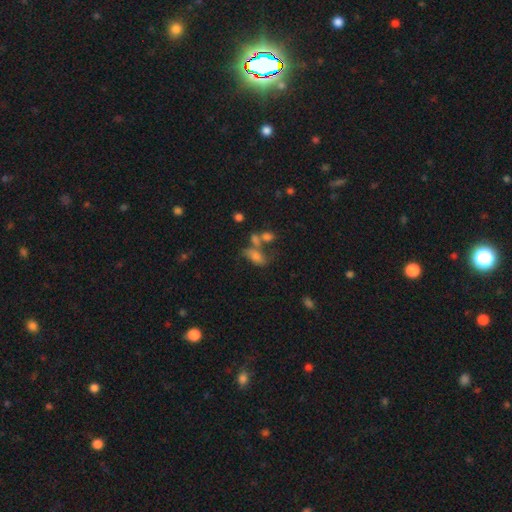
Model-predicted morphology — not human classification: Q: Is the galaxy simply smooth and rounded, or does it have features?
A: smooth — 55%.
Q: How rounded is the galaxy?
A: in between — 81%.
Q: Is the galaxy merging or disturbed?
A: merger — 35%.